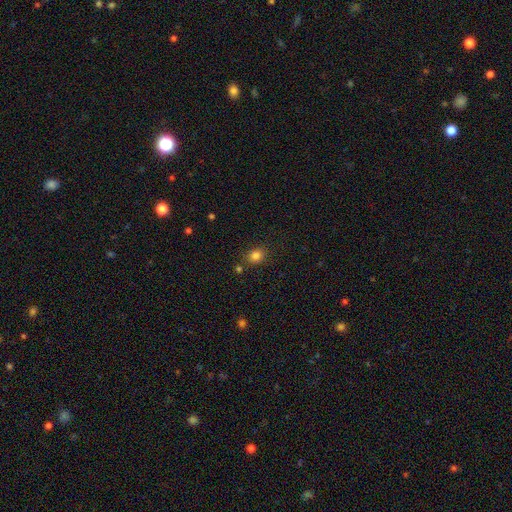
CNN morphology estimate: This appears to be a smooth galaxy with no disk features (82%) that is round (63%). Merging: none (81%).